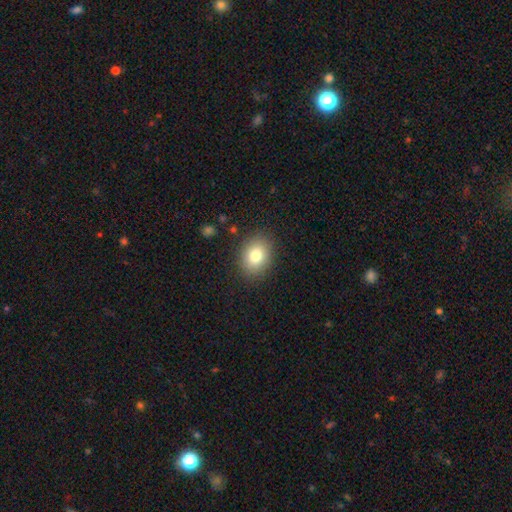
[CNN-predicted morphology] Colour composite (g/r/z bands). It shows a smooth galaxy with no disk features (81%) that is in between round and cigar-shaped (58%). Merging: none (87%).